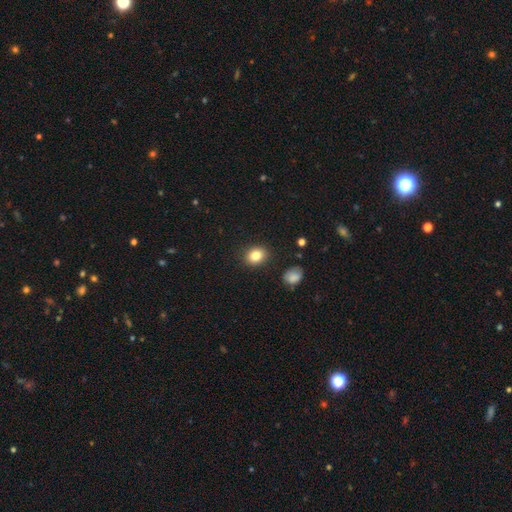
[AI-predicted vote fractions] A smooth galaxy with no disk features (84%) that is round (60%).

Vote fractions:
- Smooth or featured? smooth: 84% / star or artifact: 10% / featured or disk: 6%
- How rounded? round: 60% / in between: 39% / cigar-shaped: 1%
- Merging? none: 88% / minor disturbance: 8% / major disturbance: 2% / merger: 2%